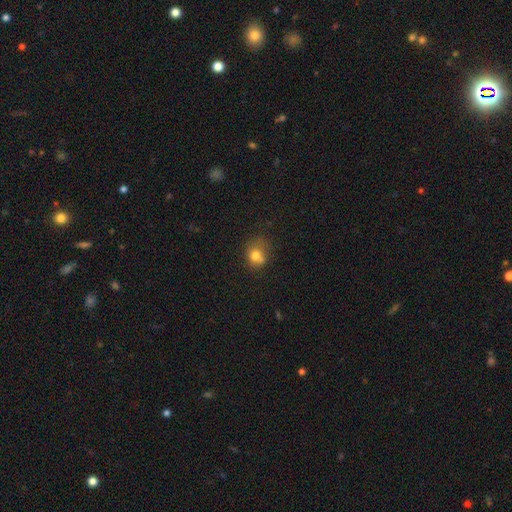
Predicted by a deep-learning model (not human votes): A smooth galaxy with no disk features (75%) that is round (64%).

Vote fractions:
- Smooth or featured? smooth: 75% / featured or disk: 14% / star or artifact: 12%
- How rounded? round: 64% / in between: 35% / cigar-shaped: 1%
- Merging? none: 40% / minor disturbance: 25% / merger: 21% / major disturbance: 13%